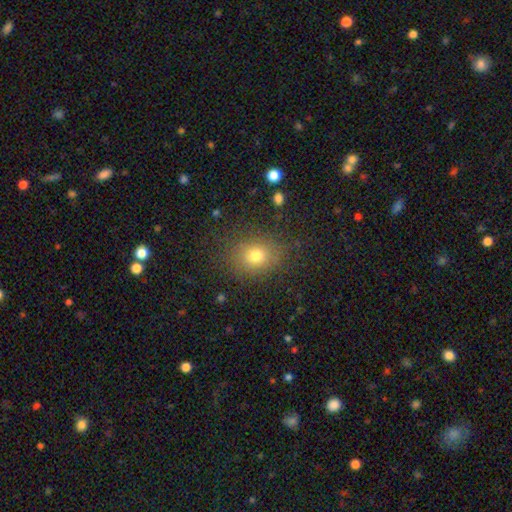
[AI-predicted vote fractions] This appears to be a smooth galaxy with no disk features (75%) that is round (61%). Merging: none (83%).